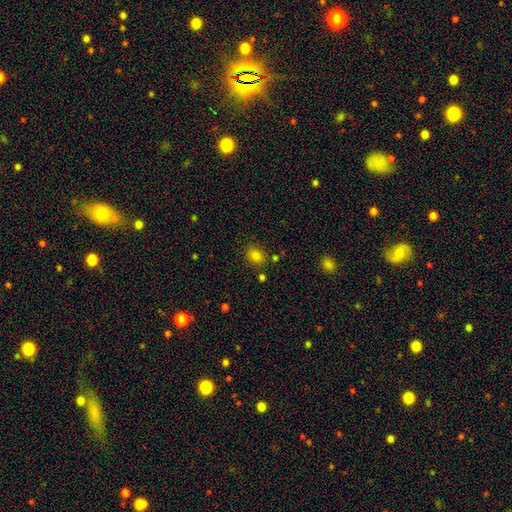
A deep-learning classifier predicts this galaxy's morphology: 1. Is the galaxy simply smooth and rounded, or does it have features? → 82% smooth, 13% star or artifact, 5% featured or disk.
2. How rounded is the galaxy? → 53% in between, 46% round, 1% cigar-shaped.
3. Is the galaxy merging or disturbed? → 80% none, 12% minor disturbance, 5% merger, 3% major disturbance.